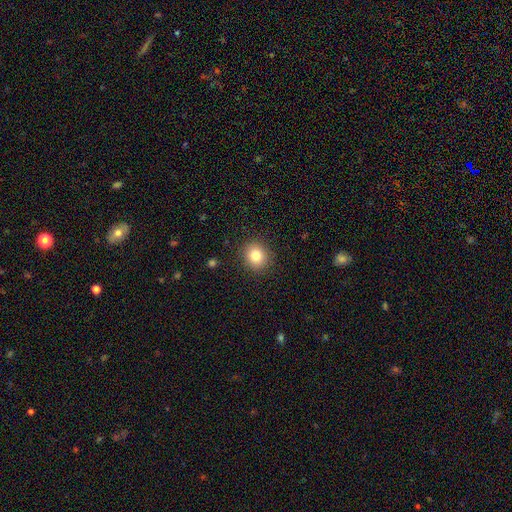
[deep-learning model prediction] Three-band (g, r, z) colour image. It shows a smooth galaxy with no disk features (81%) that is round (84%). Merging: none (90%).